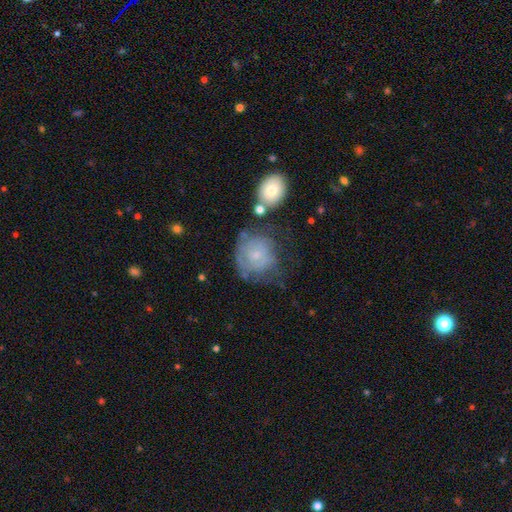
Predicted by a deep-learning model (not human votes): Smooth or featured? featured or disk (46%)
Merging? none (46%)